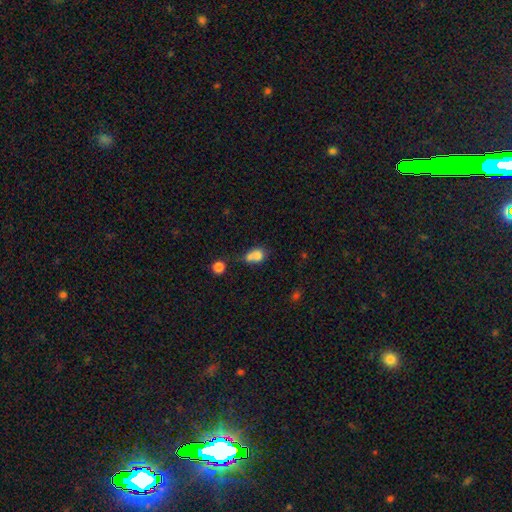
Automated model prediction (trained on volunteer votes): Smooth or featured? smooth (74%)
How rounded? in between (52%)
Merging? merger (52%)